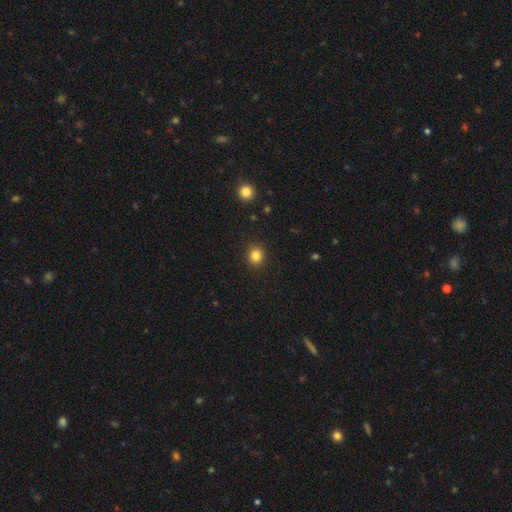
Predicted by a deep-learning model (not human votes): Smooth or featured?
  - smooth: 84% *
  - star or artifact: 11%
  - featured or disk: 5%
How rounded?
  - round: 82% *
  - in between: 17%
  - cigar-shaped: 1%
Merging?
  - none: 91% *
  - minor disturbance: 6%
  - major disturbance: 2%
  - merger: 1%